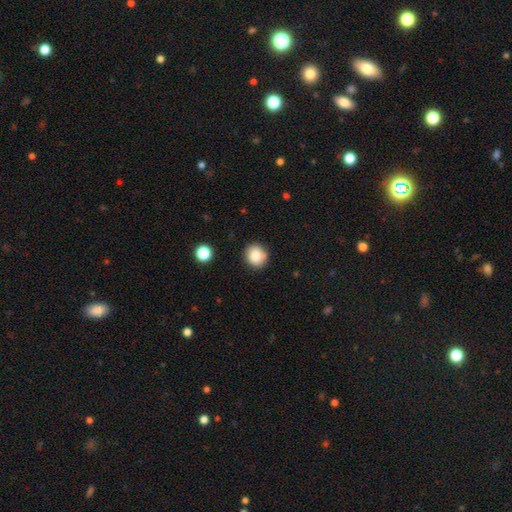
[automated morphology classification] type=smooth (84%); roundness=round (84%); merging=none (85%).